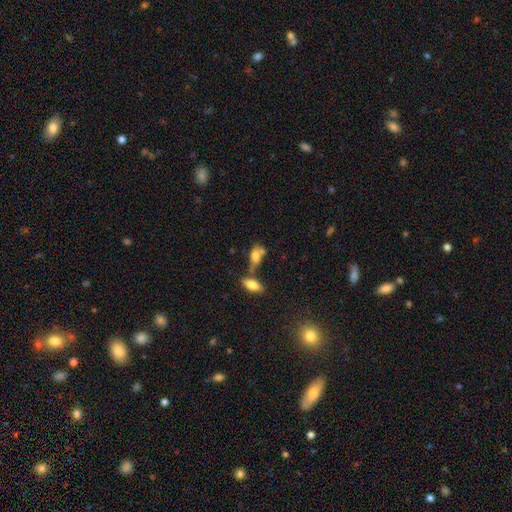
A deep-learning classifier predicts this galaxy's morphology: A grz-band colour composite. It shows a smooth galaxy with no disk features (73%) that is in between round and cigar-shaped (81%). Merging: merger (38%).